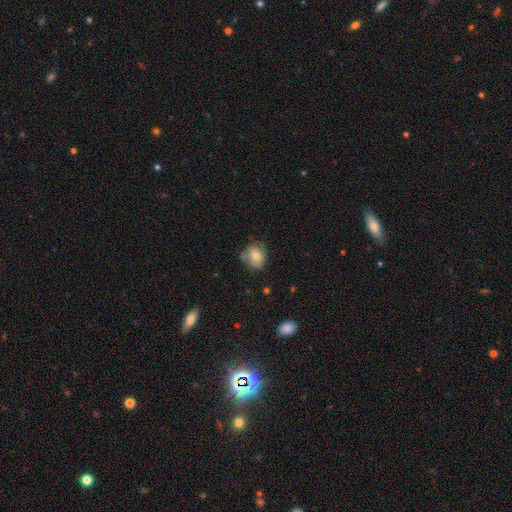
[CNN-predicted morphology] Smooth or featured? smooth (69%)
How rounded? round (56%)
Merging? none (56%)